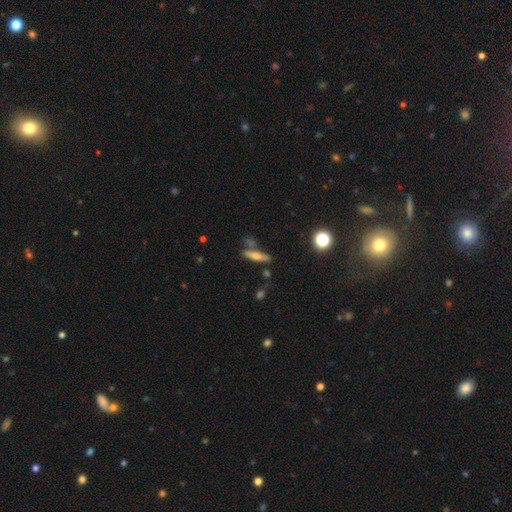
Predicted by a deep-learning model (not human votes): Overall: featured or disk (51%; smooth 32%). Edge-on disk: yes (84%). Merging: none (63%).